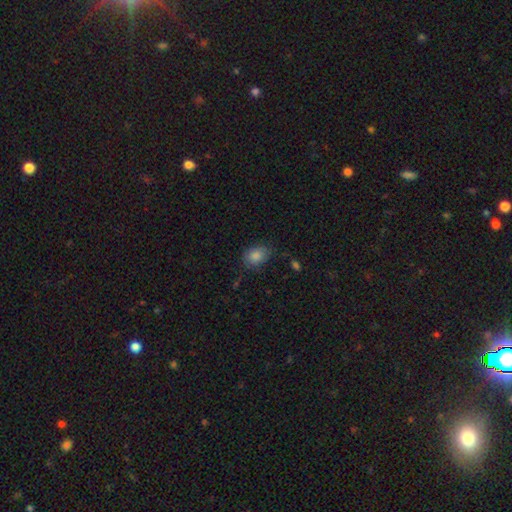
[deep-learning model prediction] Overall: smooth (83%). How rounded: in between (64%; round 35%). Merging: none (76%).